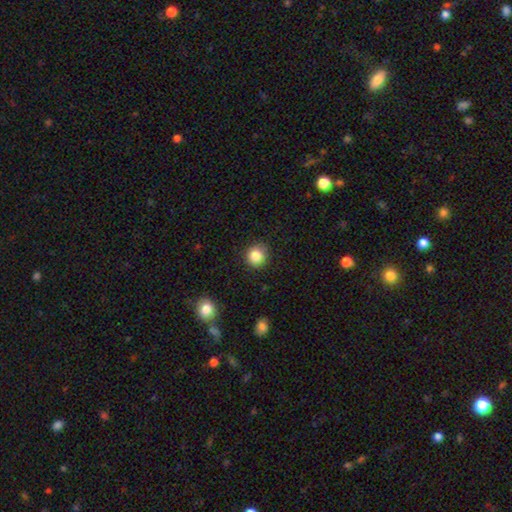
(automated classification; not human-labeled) A smooth galaxy with no disk features (85%) that is round (92%). Merging: none (89%).